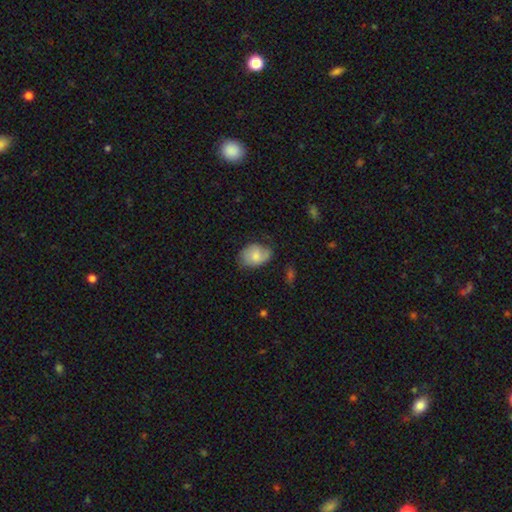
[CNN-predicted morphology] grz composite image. It shows a smooth galaxy with no disk features (64%) that is in between round and cigar-shaped (78%). Merging: none (58%).